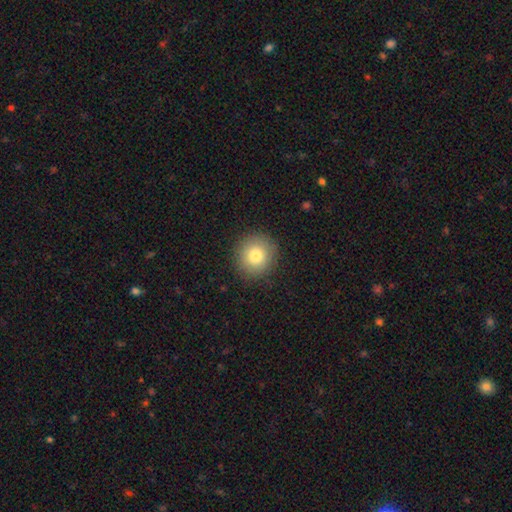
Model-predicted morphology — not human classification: This is likely a smooth galaxy (80%). How rounded: clearly round (91%). Merging: clearly none (90%).